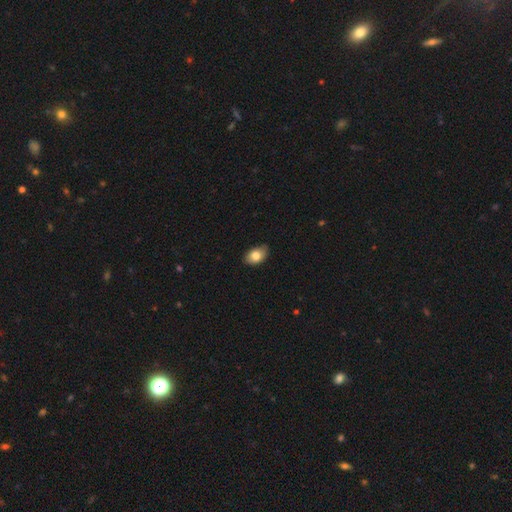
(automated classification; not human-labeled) Smooth or featured: smooth — 82% (featured or disk — 11%)
How rounded: in between — 89% (round — 10%)
Merging: none — 80% (minor disturbance — 17%)